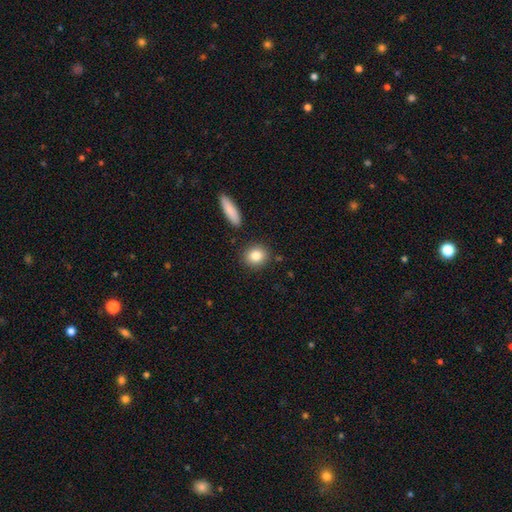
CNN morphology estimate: A smooth galaxy with no disk features (84%) that is round (77%).

Vote fractions:
- Smooth or featured? smooth: 84% / star or artifact: 8% / featured or disk: 8%
- How rounded? round: 77% / in between: 21% / cigar-shaped: 2%
- Merging? none: 86% / minor disturbance: 8% / merger: 4% / major disturbance: 2%